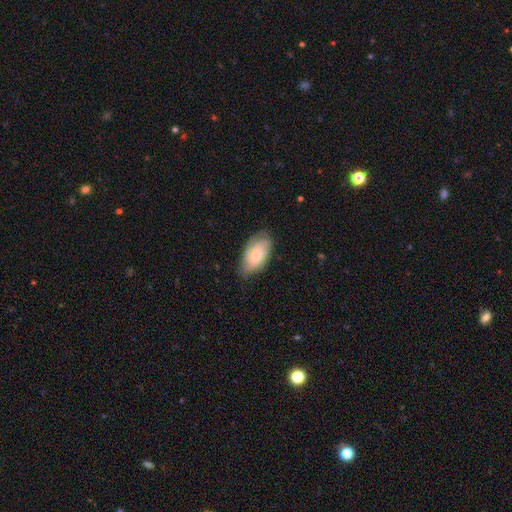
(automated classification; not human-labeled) Smooth or featured?
  - featured or disk: 57% *
  - smooth: 37%
  - star or artifact: 6%
Edge-on disk?
  - no: 94% *
  - yes: 6%
Bar?
  - no: 73% *
  - weak: 23%
  - strong: 3%
Spiral arms?
  - yes: 87% *
  - no: 13%
Bulge size?
  - small: 48% *
  - moderate: 46%
  - large: 3%
  - none: 2%
  - dominant: 1%
Merging?
  - none: 72% *
  - minor disturbance: 22%
  - major disturbance: 5%
  - merger: 1%